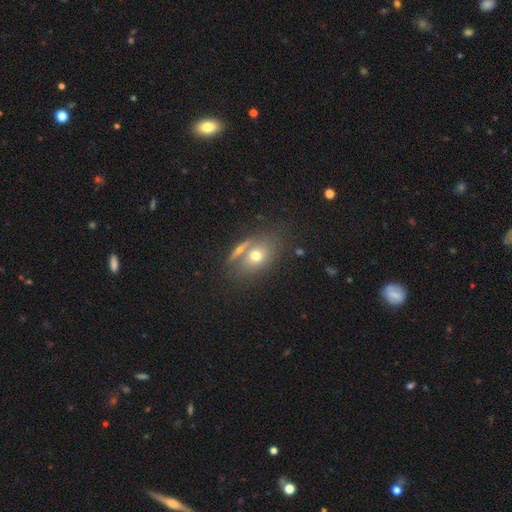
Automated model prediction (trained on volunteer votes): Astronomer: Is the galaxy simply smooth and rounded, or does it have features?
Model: smooth — 67%.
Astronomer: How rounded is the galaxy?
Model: in between — 61%.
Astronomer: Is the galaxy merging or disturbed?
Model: none — 58%.